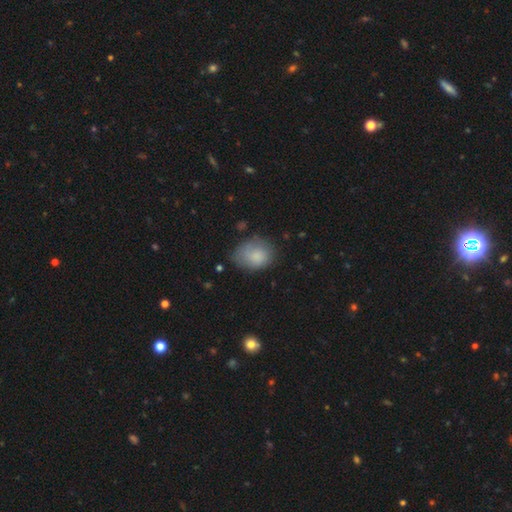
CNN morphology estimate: This is clearly a smooth galaxy (81%). How rounded: likely in between (60%). Merging: possibly none (56%).